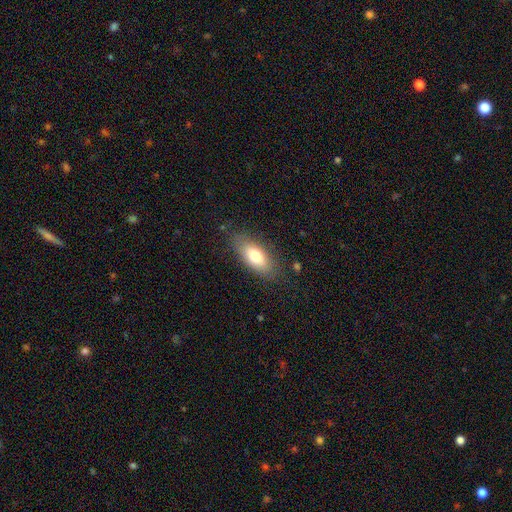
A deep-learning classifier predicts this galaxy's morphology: Q: Smooth or featured?
A: smooth (75%); runner-up: featured or disk (18%)
Q: How rounded?
A: in between (83%); runner-up: cigar-shaped (14%)
Q: Merging?
A: none (80%); runner-up: minor disturbance (14%)